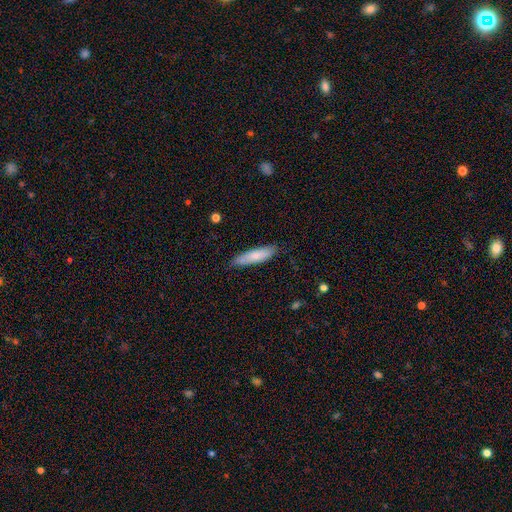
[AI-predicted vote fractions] Smooth or featured? smooth (78%)
How rounded? cigar-shaped (68%)
Merging? none (82%)